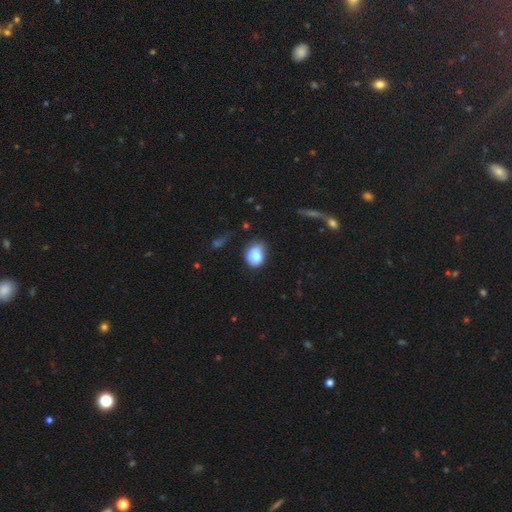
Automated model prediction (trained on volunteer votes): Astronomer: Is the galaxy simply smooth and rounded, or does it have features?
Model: smooth — 82%.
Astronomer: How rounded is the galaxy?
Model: round — 54% (runner-up: in between, 45%).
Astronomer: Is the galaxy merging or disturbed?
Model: none — 56% (runner-up: minor disturbance, 31%).